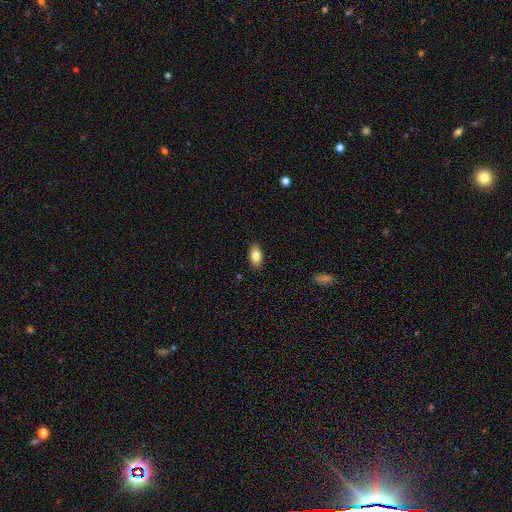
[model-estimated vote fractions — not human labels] smooth-or-featured: smooth: 84% | featured or disk: 9% | star or artifact: 8%
  how-rounded: in between: 92% | round: 5% | cigar-shaped: 4%
  merging: none: 88% | minor disturbance: 9% | major disturbance: 2% | merger: 1%